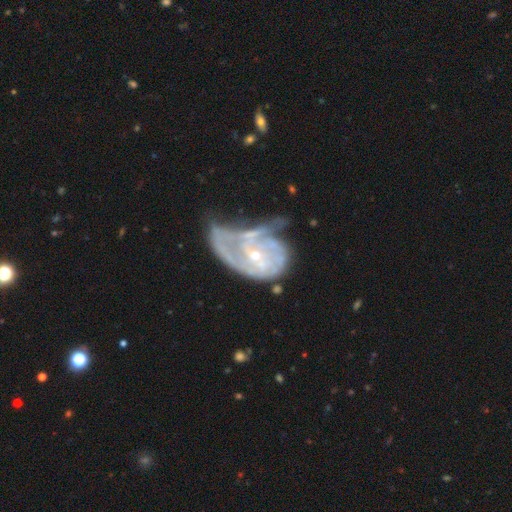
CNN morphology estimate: A featured or disk galaxy (79%) with no bar (67%), tight (46%) spiral arms (74%) and a small central bulge (76%).

Vote fractions:
- Smooth or featured? featured or disk: 79% / smooth: 13% / star or artifact: 8%
- Edge-on disk? no: 97% / yes: 3%
- Bar? no: 67% / weak: 26% / strong: 7%
- Spiral arms? yes: 74% / no: 26%
- Spiral winding? tight: 46% / medium: 34% / loose: 20%
- Spiral arm count? can't tell: 45% / 2: 23% / 3: 13% / 1: 10% / 4: 6% / more than 4: 4%
- Bulge size? small: 76% / moderate: 20% / none: 2% / large: 1% / dominant: 1%
- Merging? major disturbance: 43% / minor disturbance: 21% / merger: 19% / none: 17%